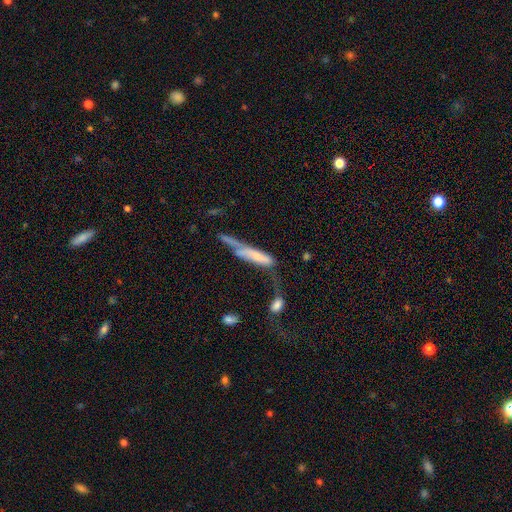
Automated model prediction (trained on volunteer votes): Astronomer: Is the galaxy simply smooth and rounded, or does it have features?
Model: featured or disk — 47% (runner-up: smooth, 43%).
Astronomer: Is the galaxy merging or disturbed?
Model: merger — 34% (runner-up: major disturbance, 32%).